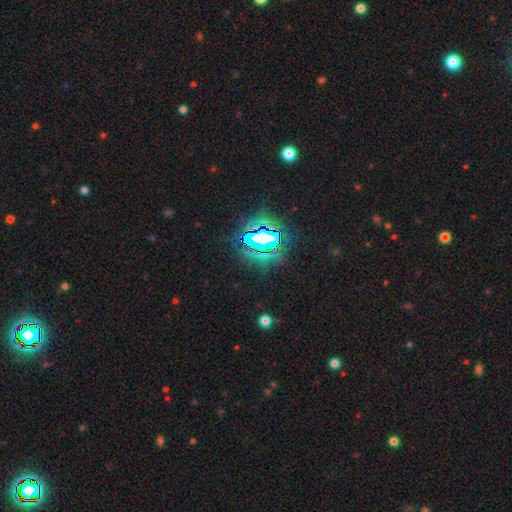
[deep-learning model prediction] Morphology: type=star or artifact (84%).